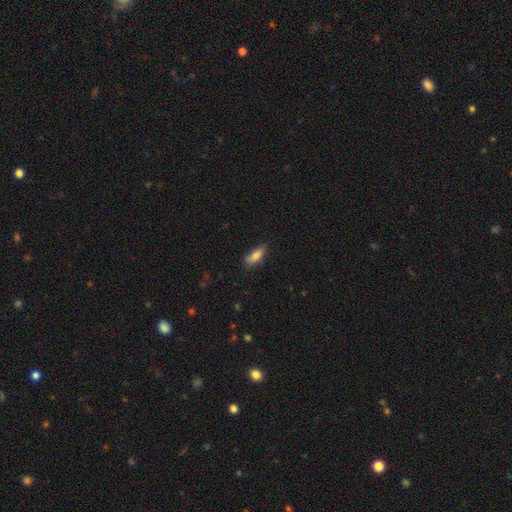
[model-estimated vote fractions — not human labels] Morphology: type=smooth (80%); roundness=in between (60%); merging=none (77%).